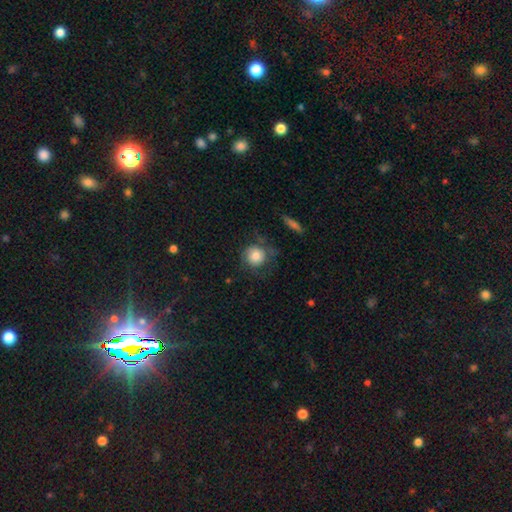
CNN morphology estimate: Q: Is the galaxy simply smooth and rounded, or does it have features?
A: smooth — 71%.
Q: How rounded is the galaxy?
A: round — 88%.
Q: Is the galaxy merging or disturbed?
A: none — 56%.